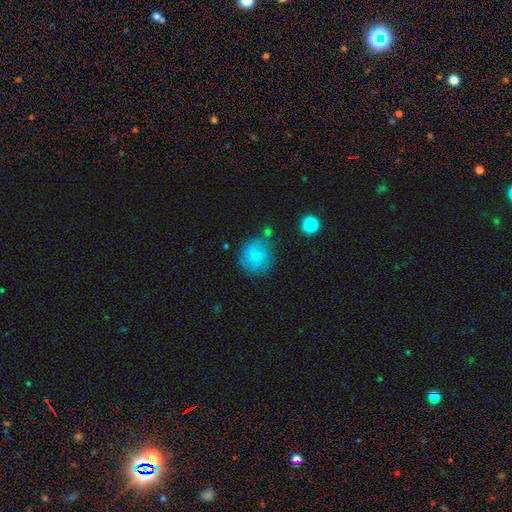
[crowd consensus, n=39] Overall: featured or disk (62%; smooth 28%). Edge-on disk: no (100%). Bar: no (71%). Spiral arms: yes (96%). Spiral arm count: can't tell (70%). Spiral winding: tight (48%; medium 35%). Bulge size: moderate (54%; small 46%). Merging: none (80%).